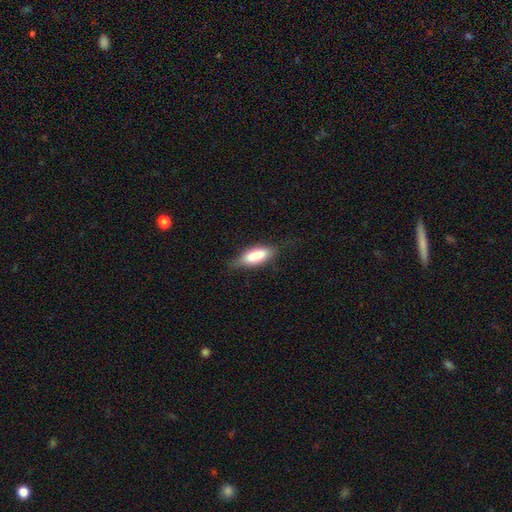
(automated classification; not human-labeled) Smooth or featured?
  - smooth: 78% *
  - featured or disk: 16%
  - star or artifact: 6%
How rounded?
  - in between: 70% *
  - cigar-shaped: 28%
  - round: 2%
Merging?
  - none: 69% *
  - minor disturbance: 23%
  - major disturbance: 7%
  - merger: 1%